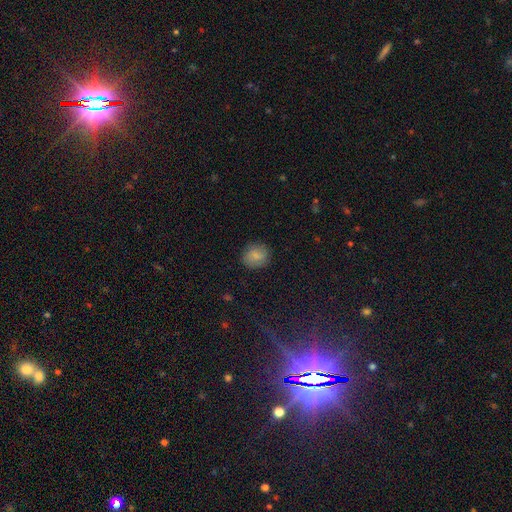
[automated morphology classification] A smooth galaxy with no disk features (83%) that is round (76%).

Vote fractions:
- Smooth or featured? smooth: 83% / star or artifact: 9% / featured or disk: 9%
- How rounded? round: 76% / in between: 23% / cigar-shaped: 1%
- Merging? none: 86% / minor disturbance: 11% / major disturbance: 3% / merger: 1%